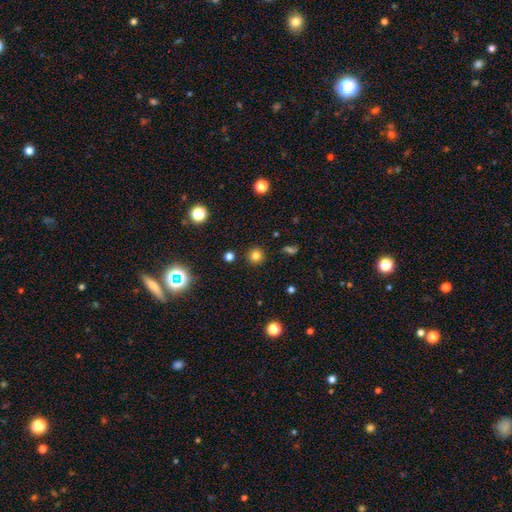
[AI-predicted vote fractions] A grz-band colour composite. It shows a smooth galaxy with no disk features (78%) that is round (94%). Merging: none (91%).